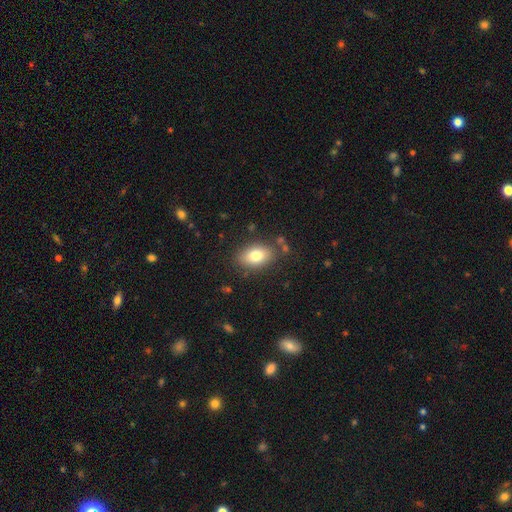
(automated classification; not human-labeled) smooth 78%, featured or disk 13%, star or artifact 9%. Down the decision tree: how rounded — in between (85%); merging — none (82%).